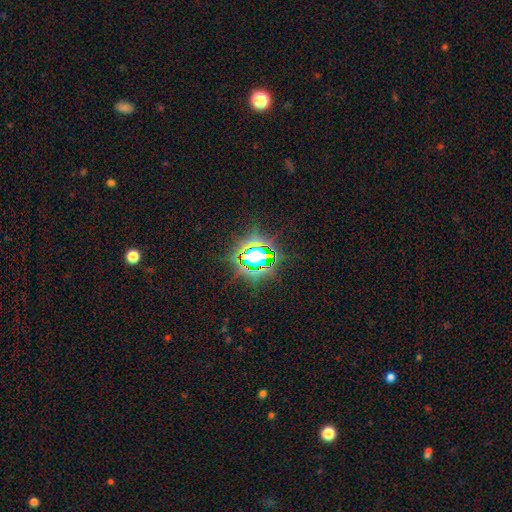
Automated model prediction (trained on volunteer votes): smooth_or_featured: star or artifact (p=0.72) [alt: smooth p=0.18]